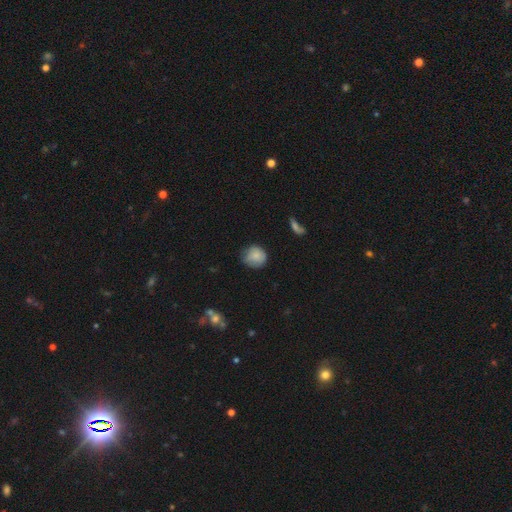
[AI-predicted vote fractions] Morphology: type=smooth (80%); roundness=round (84%); merging=none (64%).